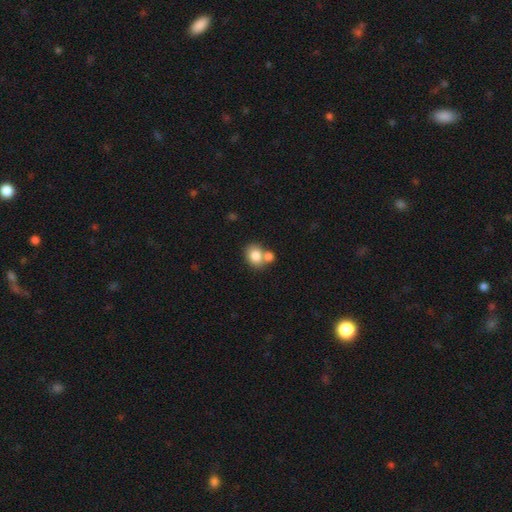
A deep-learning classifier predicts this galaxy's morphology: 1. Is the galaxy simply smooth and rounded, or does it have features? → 81% smooth, 10% featured or disk, 9% star or artifact.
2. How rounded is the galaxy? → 57% round, 42% in between, 1% cigar-shaped.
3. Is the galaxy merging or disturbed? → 47% none, 40% merger, 10% minor disturbance, 3% major disturbance.